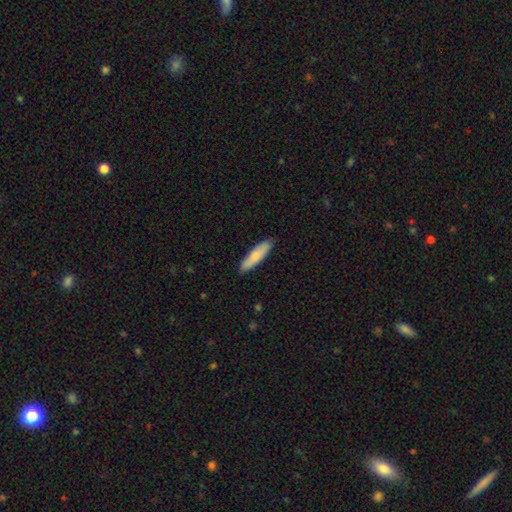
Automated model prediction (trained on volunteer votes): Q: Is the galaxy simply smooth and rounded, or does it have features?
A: smooth — 77%.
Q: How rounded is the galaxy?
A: cigar-shaped — 72%.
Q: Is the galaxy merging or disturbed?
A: none — 88%.